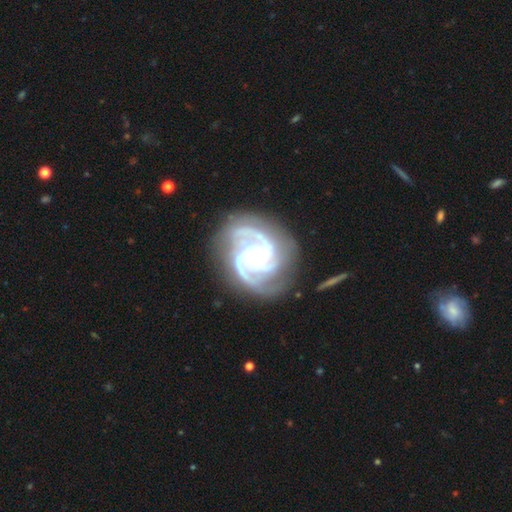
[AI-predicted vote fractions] Smooth or featured?
  - featured or disk: 93% *
  - star or artifact: 4%
  - smooth: 3%
Edge-on disk?
  - no: 98% *
  - yes: 2%
Bar?
  - no: 63% *
  - weak: 27%
  - strong: 10%
Spiral arms?
  - yes: 99% *
  - no: 1%
Spiral winding?
  - tight: 56% *
  - medium: 39%
  - loose: 5%
Spiral arm count?
  - 3: 55% *
  - 4: 17%
  - 2: 12%
  - can't tell: 6%
  - more than 4: 5%
  - 1: 5%
Bulge size?
  - small: 57% *
  - moderate: 40%
  - large: 1%
  - none: 1%
  - dominant: 1%
Merging?
  - none: 75% *
  - minor disturbance: 16%
  - major disturbance: 7%
  - merger: 2%